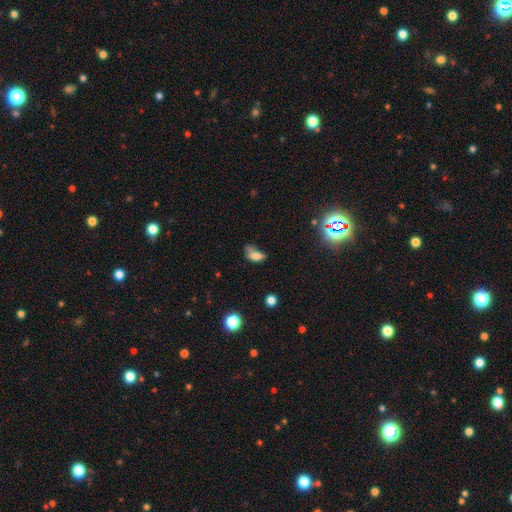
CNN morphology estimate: smooth_or_featured: smooth (p=0.67) [alt: featured or disk p=0.19]
how_rounded: in between (p=0.84) [alt: round p=0.11]
merging: major disturbance (p=0.33) [alt: minor disturbance p=0.31]